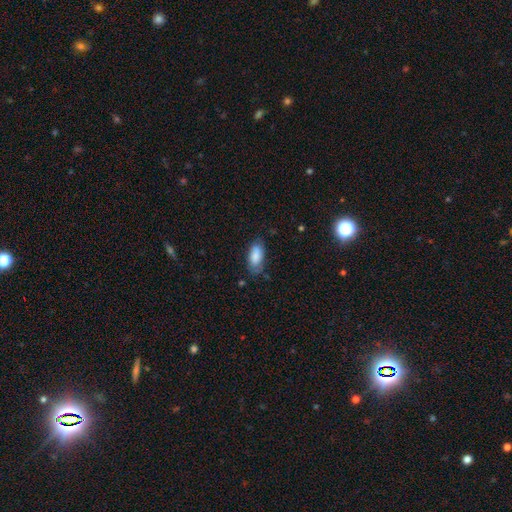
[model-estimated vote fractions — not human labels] This is clearly a smooth galaxy (85%). How rounded: clearly in between (89%). Merging: likely none (68%).